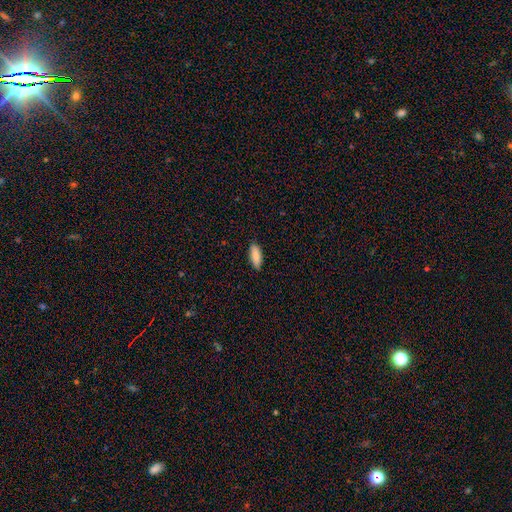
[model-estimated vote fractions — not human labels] Smooth or featured?
  - smooth: 88% *
  - star or artifact: 6%
  - featured or disk: 6%
How rounded?
  - in between: 72% *
  - cigar-shaped: 26%
  - round: 2%
Merging?
  - none: 87% *
  - minor disturbance: 10%
  - major disturbance: 2%
  - merger: 1%